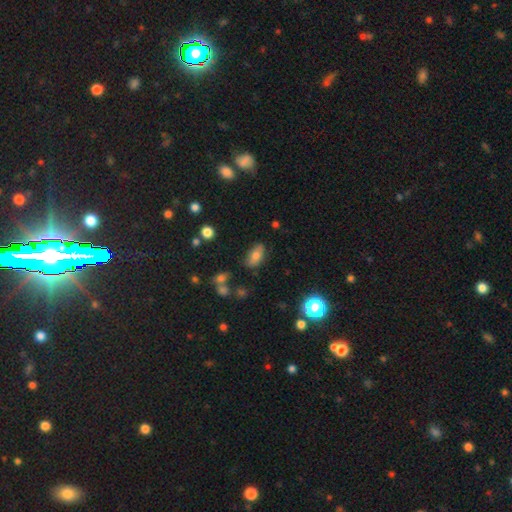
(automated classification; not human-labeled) smooth-or-featured: smooth: 74% | featured or disk: 14% | star or artifact: 11%
  how-rounded: in between: 86% | cigar-shaped: 8% | round: 6%
  merging: none: 74% | minor disturbance: 18% | major disturbance: 5% | merger: 4%